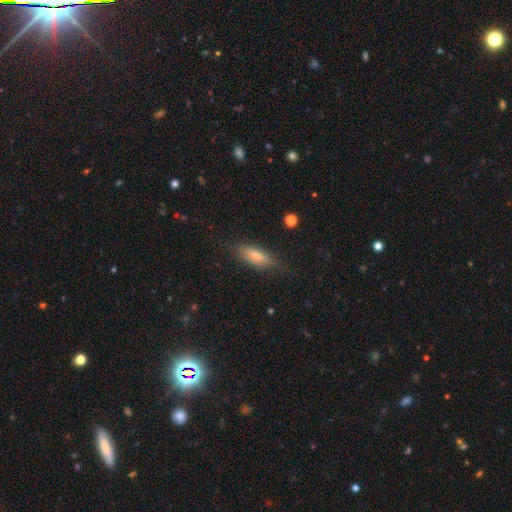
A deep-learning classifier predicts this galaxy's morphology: Q: Smooth or featured?
A: smooth (55%); runner-up: featured or disk (35%)
Q: How rounded?
A: in between (50%); runner-up: cigar-shaped (46%)
Q: Merging?
A: none (75%); runner-up: minor disturbance (19%)